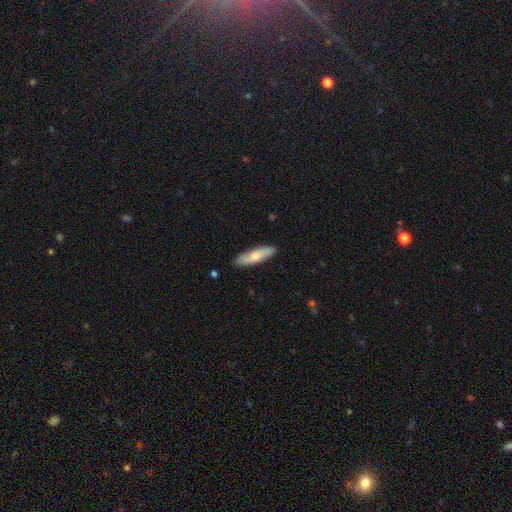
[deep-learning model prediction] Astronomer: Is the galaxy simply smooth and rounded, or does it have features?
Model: smooth — 69%.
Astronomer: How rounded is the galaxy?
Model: cigar-shaped — 66%.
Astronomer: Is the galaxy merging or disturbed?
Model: none — 87%.